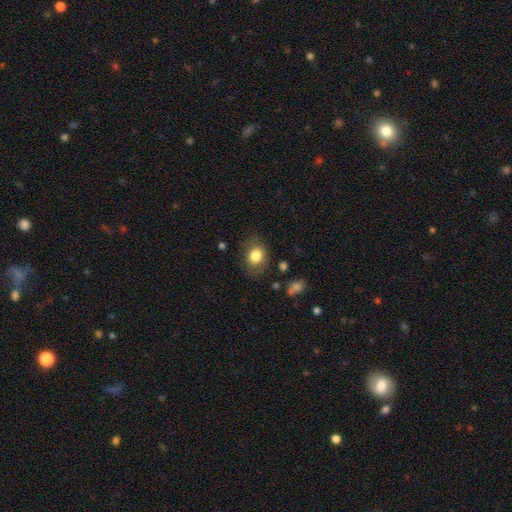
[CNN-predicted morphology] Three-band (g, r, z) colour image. It shows a smooth galaxy with no disk features (81%) that is in between round and cigar-shaped (51%). Merging: none (74%).